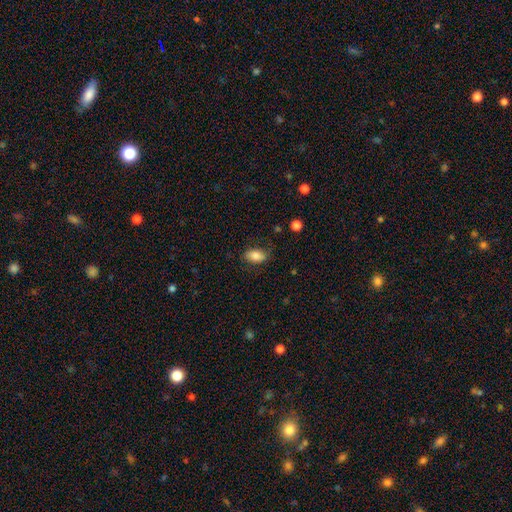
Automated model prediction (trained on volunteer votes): smooth_or_featured: smooth (p=0.82) [alt: featured or disk p=0.10]
how_rounded: in between (p=0.90) [alt: round p=0.07]
merging: none (p=0.78) [alt: minor disturbance p=0.16]